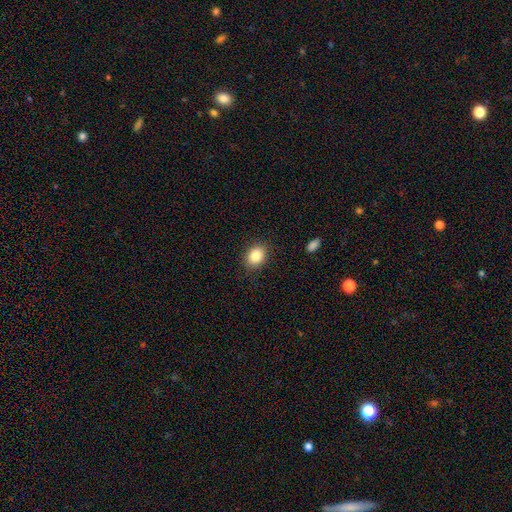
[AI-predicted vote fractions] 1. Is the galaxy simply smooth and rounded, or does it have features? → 85% smooth, 9% star or artifact, 6% featured or disk.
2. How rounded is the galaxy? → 57% in between, 42% round, 1% cigar-shaped.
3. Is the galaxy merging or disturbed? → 86% none, 10% minor disturbance, 3% major disturbance, 1% merger.